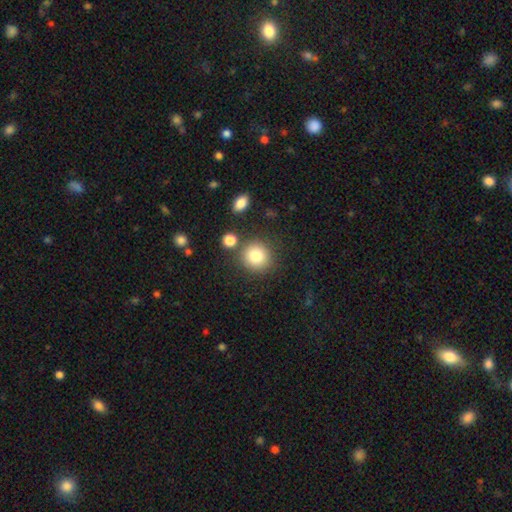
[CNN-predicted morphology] A smooth galaxy with no disk features (81%) that is round (90%). Merging: none (79%).